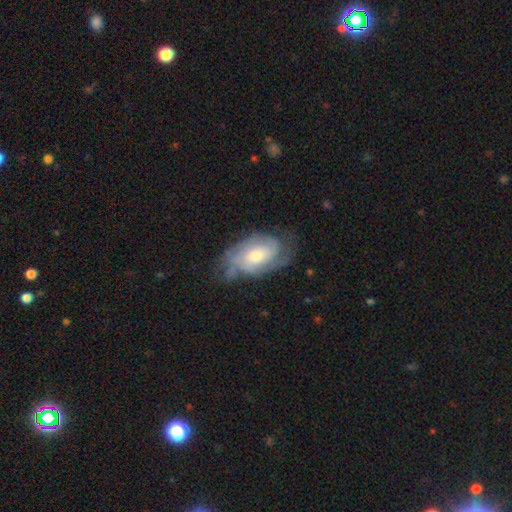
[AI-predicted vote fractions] Q: Smooth or featured?
A: featured or disk (73%); runner-up: smooth (21%)
Q: Edge-on disk?
A: no (96%); runner-up: yes (4%)
Q: Bar?
A: no (66%); runner-up: weak (29%)
Q: Spiral arms?
A: yes (89%); runner-up: no (11%)
Q: Spiral winding?
A: tight (53%); runner-up: medium (35%)
Q: Spiral arm count?
A: can't tell (39%); runner-up: 2 (29%)
Q: Bulge size?
A: moderate (62%); runner-up: small (25%)
Q: Merging?
A: none (57%); runner-up: minor disturbance (27%)